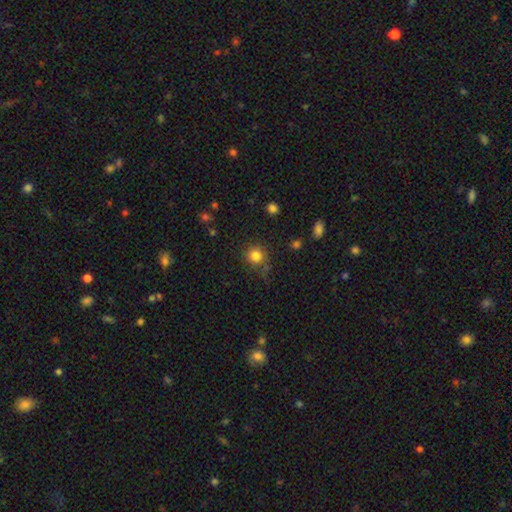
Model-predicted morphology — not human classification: Smooth or featured: smooth — 82% (star or artifact — 12%)
How rounded: round — 90% (in between — 9%)
Merging: none — 77% (minor disturbance — 13%)